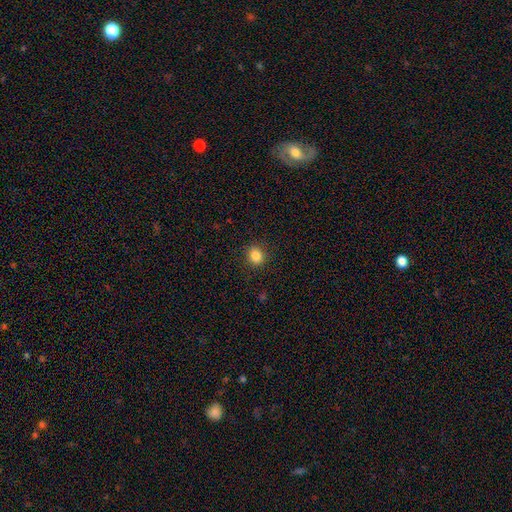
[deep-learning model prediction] smooth_or_featured: smooth (p=0.85) [alt: star or artifact p=0.11]
how_rounded: round (p=0.74) [alt: in between p=0.25]
merging: none (p=0.89) [alt: minor disturbance p=0.07]